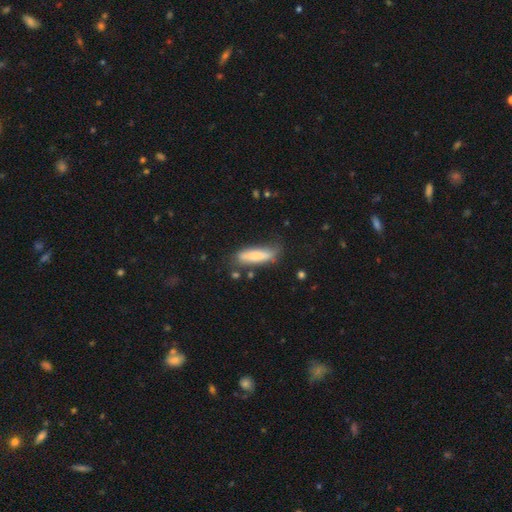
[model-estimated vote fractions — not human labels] A smooth galaxy with no disk features (76%) that is cigar-shaped (70%). Merging: none (66%).